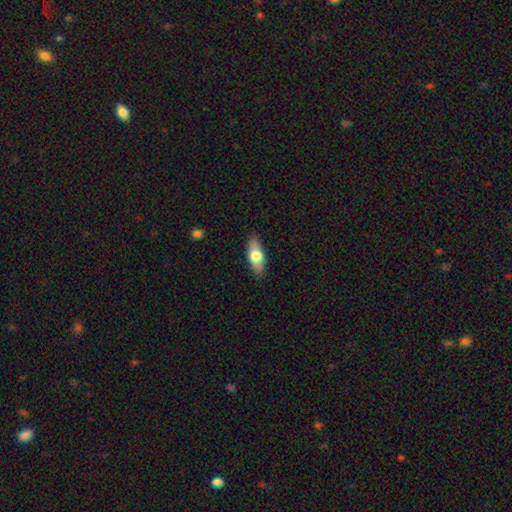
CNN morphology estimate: The model was most divided on "smooth or featured": smooth: 67%, featured or disk: 26%, star or artifact: 6%. More confident: merging — none (87%); how rounded — in between (75%).